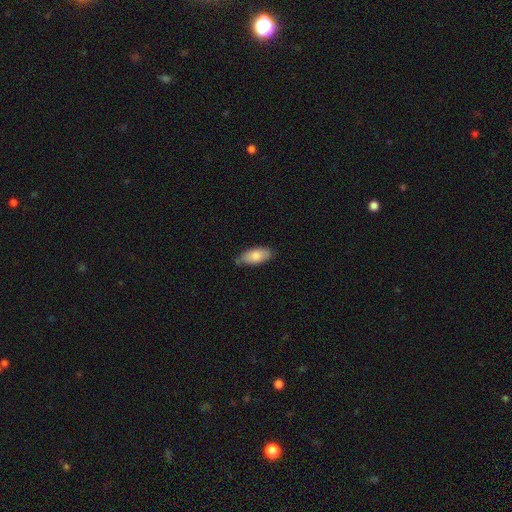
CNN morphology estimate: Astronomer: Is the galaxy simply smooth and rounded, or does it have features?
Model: smooth — 83%.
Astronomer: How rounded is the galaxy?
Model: in between — 89%.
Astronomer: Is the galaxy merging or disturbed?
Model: none — 72%.